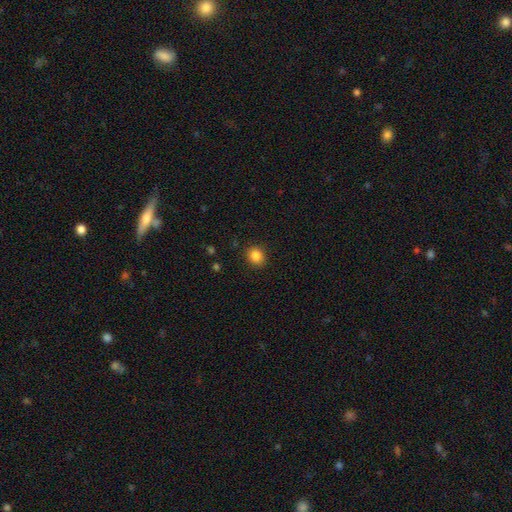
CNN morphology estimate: smooth 85%, star or artifact 10%, featured or disk 4%. Down the decision tree: how rounded — round (75%); merging — none (89%).